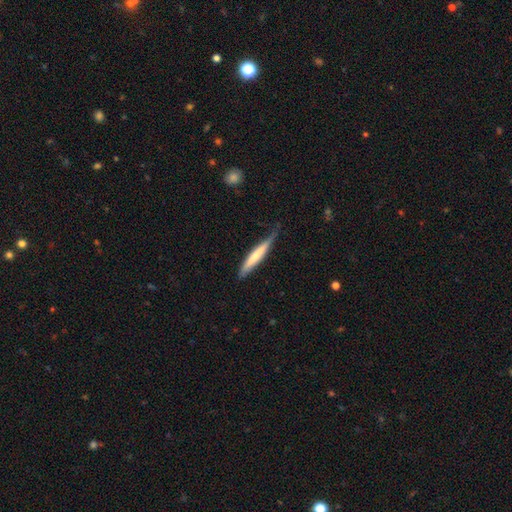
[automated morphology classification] Q: Smooth or featured?
A: smooth (63%); runner-up: featured or disk (32%)
Q: How rounded?
A: cigar-shaped (94%); runner-up: in between (5%)
Q: Merging?
A: none (62%); runner-up: minor disturbance (30%)